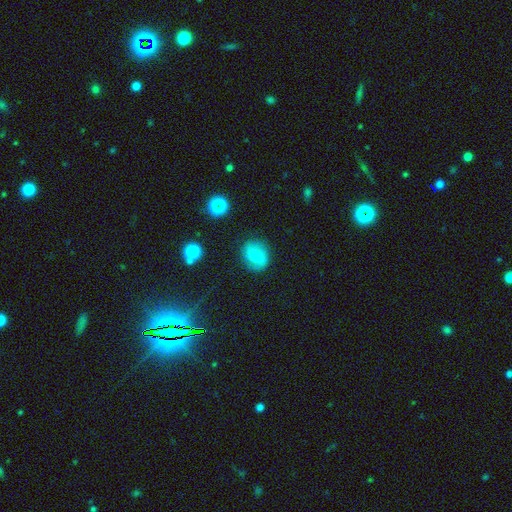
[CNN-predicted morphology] A smooth galaxy with no disk features (66%) that is round (68%). Merging: none (79%).